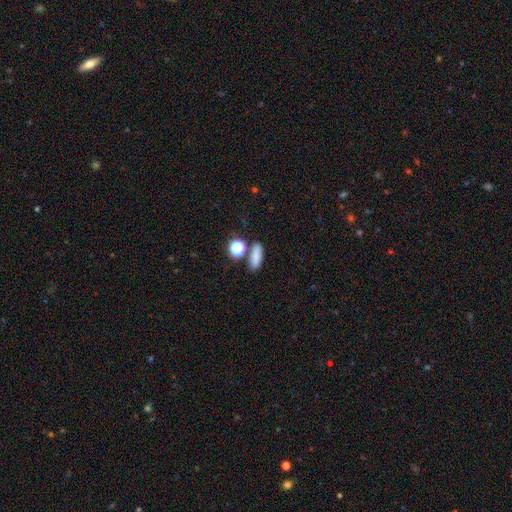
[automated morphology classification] Overall: smooth (79%). How rounded: in between (60%; cigar-shaped 24%). Merging: none (75%).